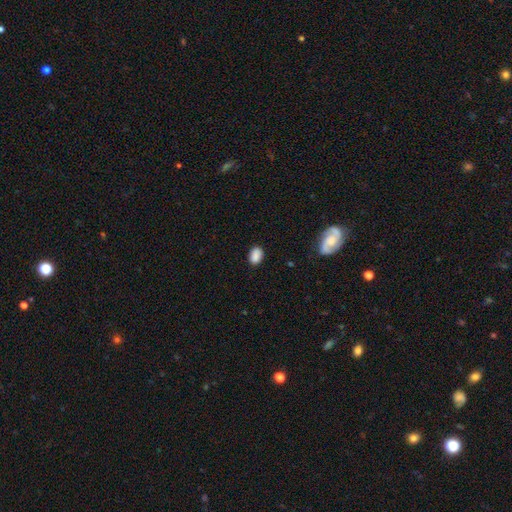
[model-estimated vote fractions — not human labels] Smooth or featured? Predicted: smooth (p=0.87). How rounded? Predicted: in between (p=0.81). Merging? Predicted: none (p=0.82).